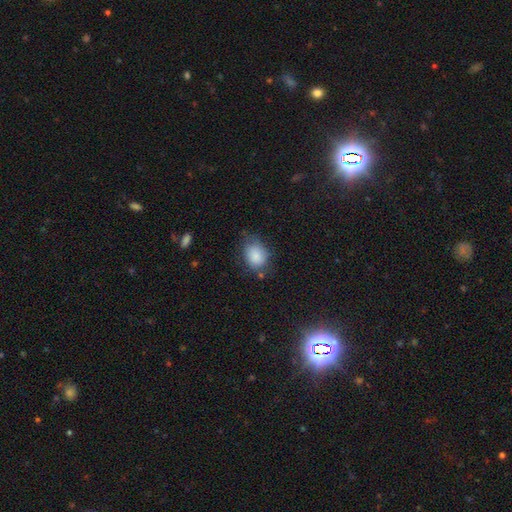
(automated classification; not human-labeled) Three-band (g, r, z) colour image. It shows a smooth galaxy with no disk features (85%) that is in between round and cigar-shaped (60%). Merging: none (60%).